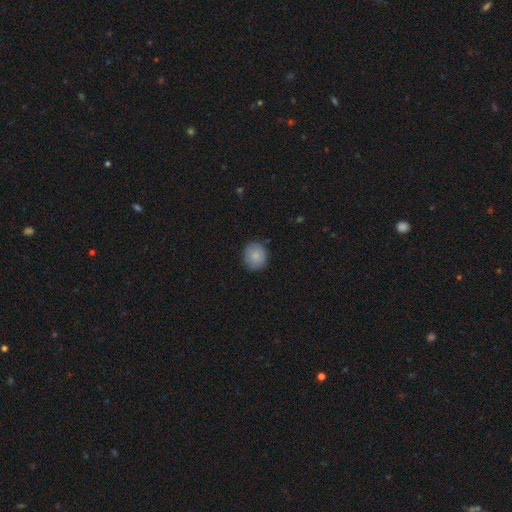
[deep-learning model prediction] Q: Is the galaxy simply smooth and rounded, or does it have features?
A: smooth — 85%.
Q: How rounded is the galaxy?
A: round — 81%.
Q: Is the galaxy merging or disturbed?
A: none — 86%.